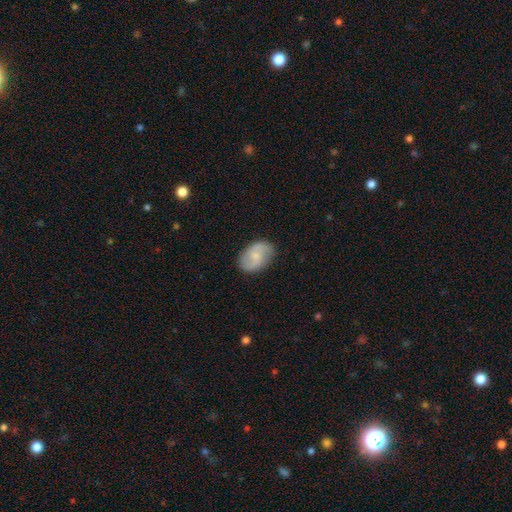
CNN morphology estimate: The model was most divided on "bar": no: 48%, weak: 45%, strong: 7%. Remaining: edge-on disk — no (97%); spiral arms — yes (90%); spiral arm count — 2 (89%); merging — none (82%); smooth or featured — featured or disk (58%); bulge size — small (53%); spiral winding — medium (44%).